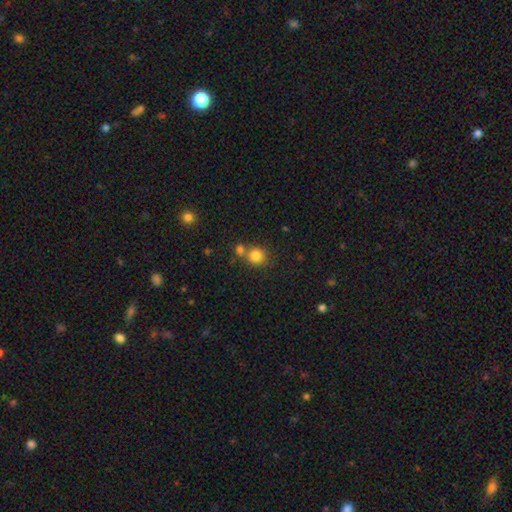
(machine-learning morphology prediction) This is clearly a smooth galaxy (82%). How rounded: clearly round (90%). Merging: likely none (62%).